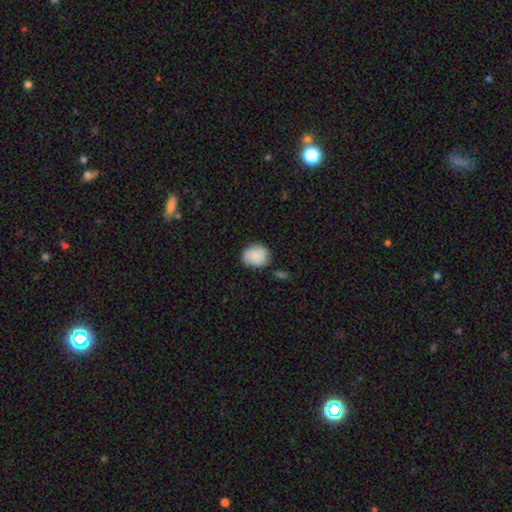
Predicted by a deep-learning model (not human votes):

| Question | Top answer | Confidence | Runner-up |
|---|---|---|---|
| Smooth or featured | smooth | 86% | star or artifact (7%) |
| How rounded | round | 62% | in between (37%) |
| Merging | none | 74% | minor disturbance (18%) |